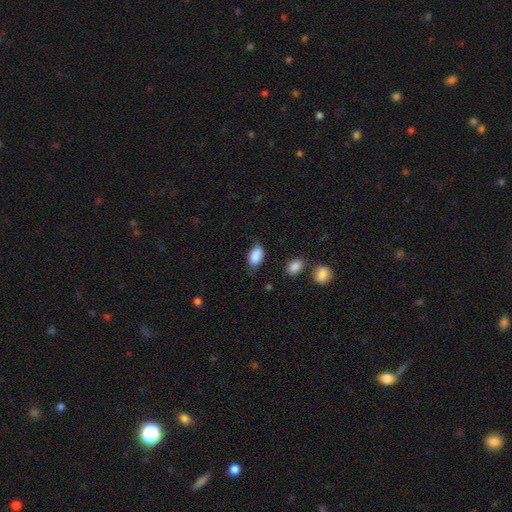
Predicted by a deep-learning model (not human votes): Overall: smooth (88%). How rounded: in between (92%). Merging: none (69%).